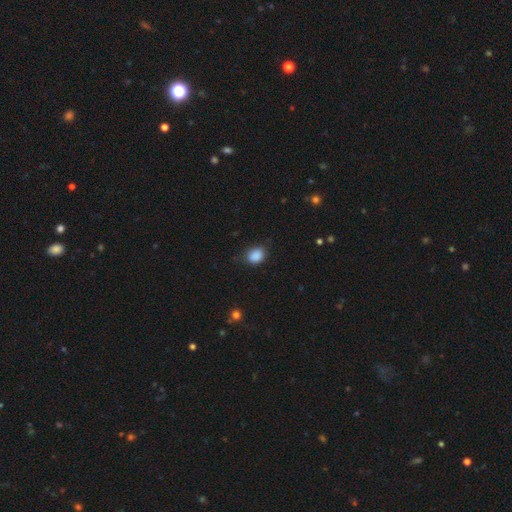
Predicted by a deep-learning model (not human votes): This appears to be a smooth galaxy with no disk features (87%) that is in between round and cigar-shaped (54%). Merging: none (73%).